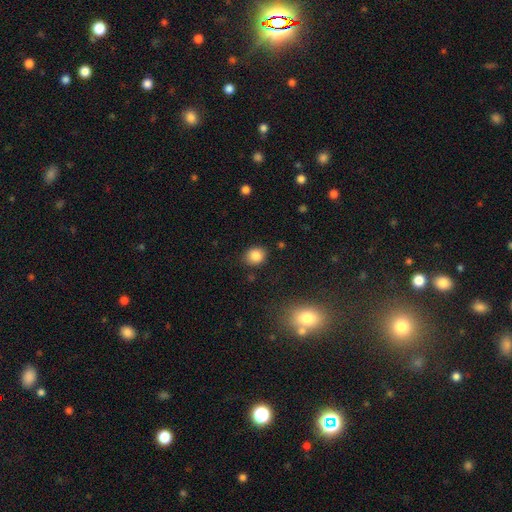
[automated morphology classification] Smooth or featured?
  - smooth: 85% *
  - star or artifact: 10%
  - featured or disk: 5%
How rounded?
  - round: 60% *
  - in between: 39%
  - cigar-shaped: 1%
Merging?
  - none: 85% *
  - minor disturbance: 10%
  - major disturbance: 3%
  - merger: 2%